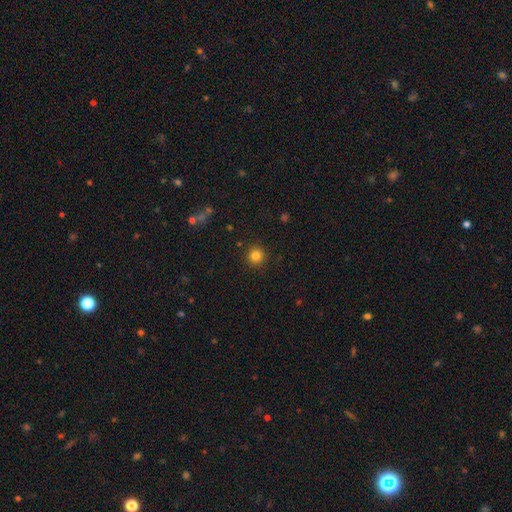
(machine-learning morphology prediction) Smooth or featured?
  - smooth: 82% *
  - star or artifact: 13%
  - featured or disk: 6%
How rounded?
  - round: 95% *
  - in between: 4%
  - cigar-shaped: 1%
Merging?
  - none: 92% *
  - minor disturbance: 5%
  - major disturbance: 2%
  - merger: 1%